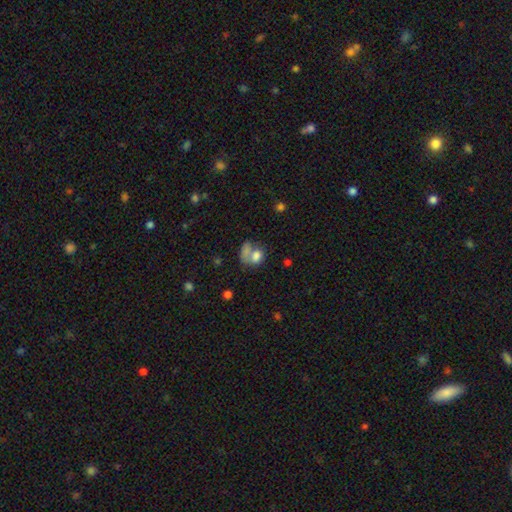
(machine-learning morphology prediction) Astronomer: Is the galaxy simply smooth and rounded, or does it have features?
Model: smooth — 72%.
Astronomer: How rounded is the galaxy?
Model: in between — 58% (runner-up: round, 40%).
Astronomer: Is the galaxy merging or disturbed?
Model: merger — 52%.